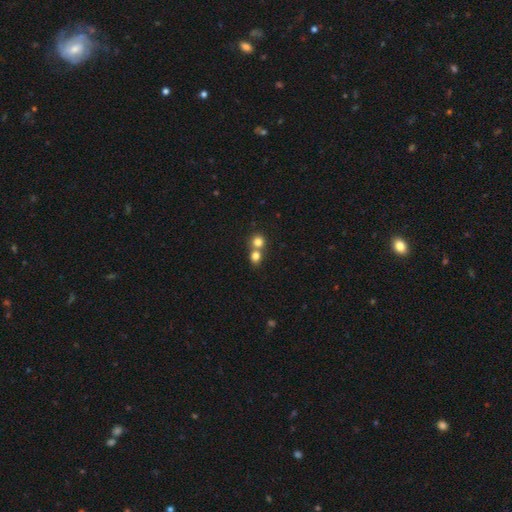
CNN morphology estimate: A smooth galaxy with no disk features (79%) that is round (79%).

Vote fractions:
- Smooth or featured? smooth: 79% / star or artifact: 12% / featured or disk: 9%
- How rounded? round: 79% / in between: 20% / cigar-shaped: 1%
- Merging? merger: 51% / none: 42% / minor disturbance: 5% / major disturbance: 2%